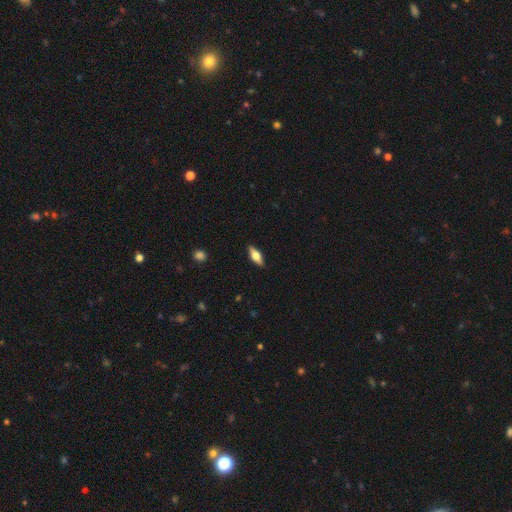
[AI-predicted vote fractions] Q: Smooth or featured?
A: smooth (52%); runner-up: featured or disk (42%)
Q: How rounded?
A: in between (68%); runner-up: cigar-shaped (28%)
Q: Merging?
A: none (88%); runner-up: minor disturbance (9%)